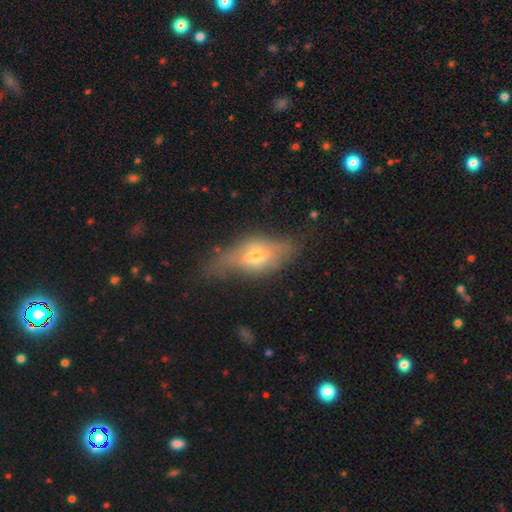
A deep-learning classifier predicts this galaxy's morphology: Q: Smooth or featured?
A: featured or disk (52%); runner-up: smooth (38%)
Q: Edge-on disk?
A: yes (70%); runner-up: no (30%)
Q: Merging?
A: none (58%); runner-up: minor disturbance (25%)